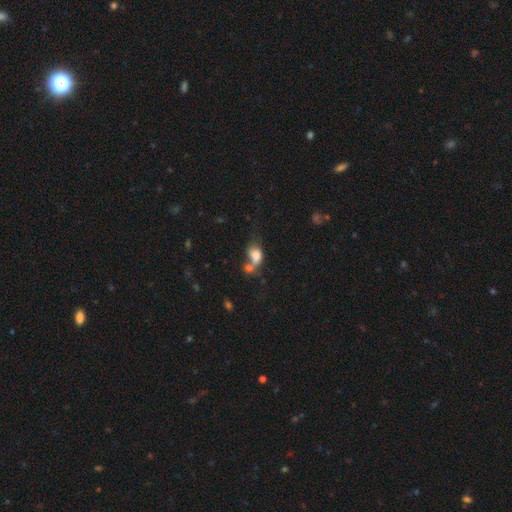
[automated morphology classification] type=smooth (76%); roundness=in between (66%); merging=merger (54%).